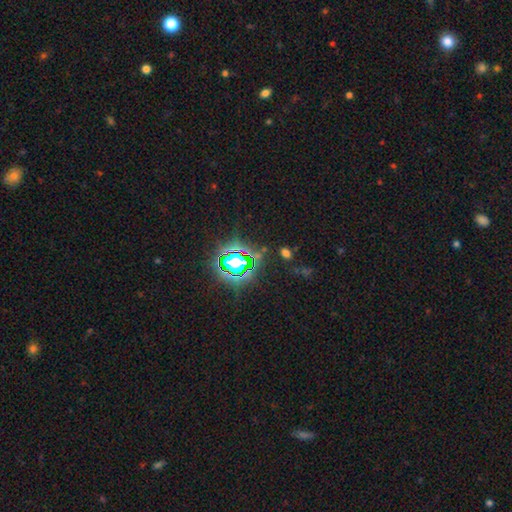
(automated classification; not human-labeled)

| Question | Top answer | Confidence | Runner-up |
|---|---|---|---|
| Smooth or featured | star or artifact | 78% | smooth (14%) |